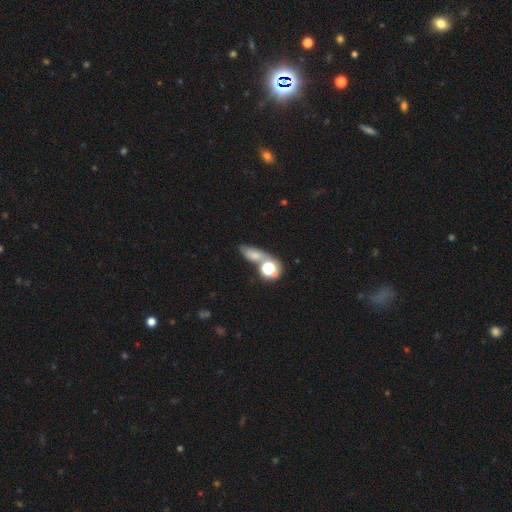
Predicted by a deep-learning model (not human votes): Smooth or featured? smooth (55%)
How rounded? in between (53%)
Merging? none (46%)